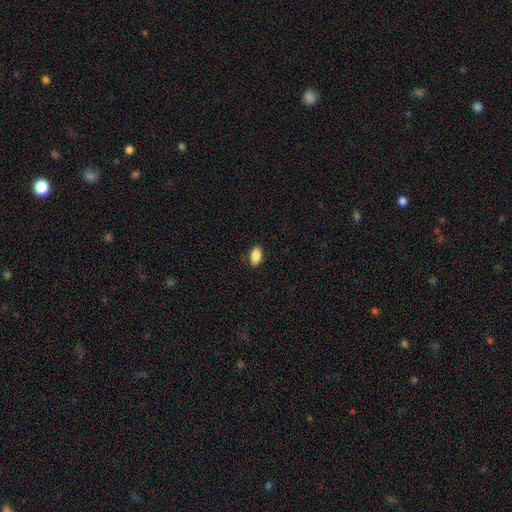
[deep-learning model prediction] smooth_or_featured: smooth (p=0.88) [alt: star or artifact p=0.08]
how_rounded: in between (p=0.92) [alt: round p=0.05]
merging: none (p=0.86) [alt: minor disturbance p=0.10]